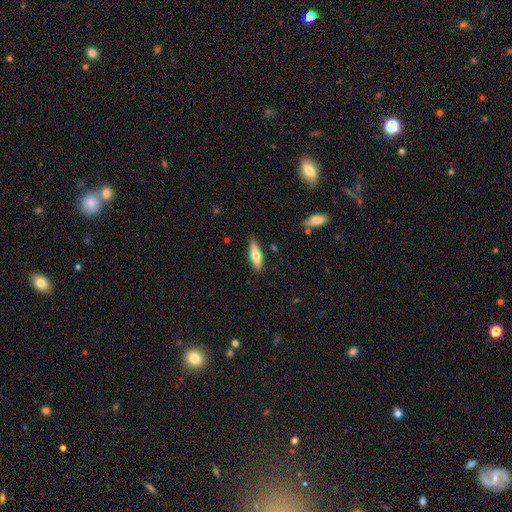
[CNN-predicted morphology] type=smooth (53%); roundness=cigar-shaped (58%); merging=none (86%).